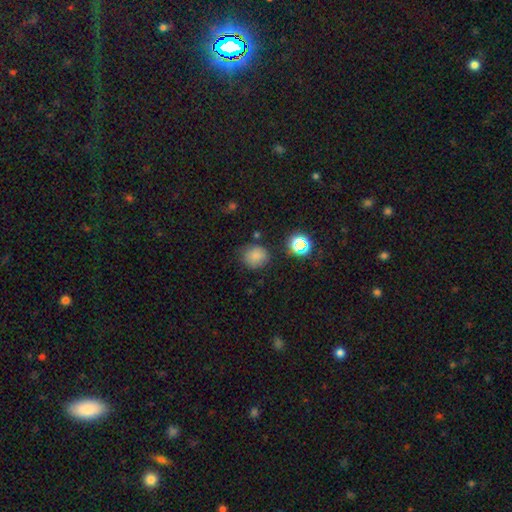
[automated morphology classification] A smooth galaxy with no disk features (79%) that is round (83%).

Vote fractions:
- Smooth or featured? smooth: 79% / star or artifact: 16% / featured or disk: 6%
- How rounded? round: 83% / in between: 16% / cigar-shaped: 1%
- Merging? none: 76% / minor disturbance: 16% / major disturbance: 5% / merger: 4%